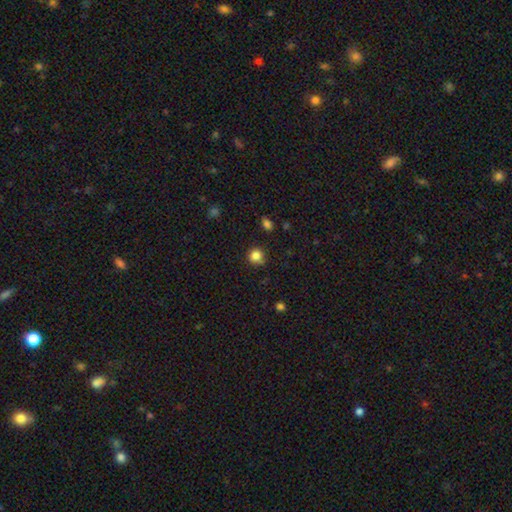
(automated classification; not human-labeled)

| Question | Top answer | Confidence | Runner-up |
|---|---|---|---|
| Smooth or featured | smooth | 83% | star or artifact (12%) |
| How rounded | round | 91% | in between (8%) |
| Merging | none | 80% | minor disturbance (14%) |